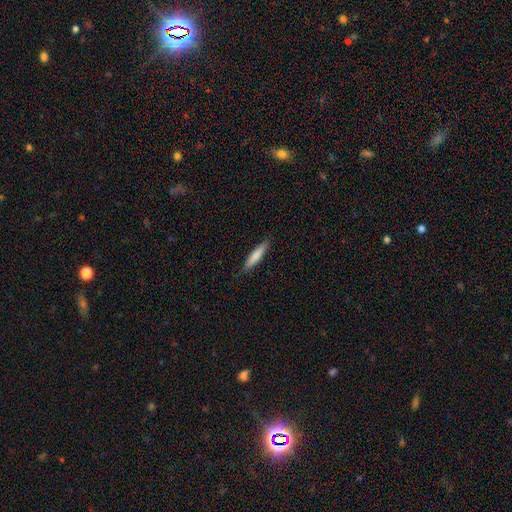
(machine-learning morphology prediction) Q: Smooth or featured?
A: smooth (78%); runner-up: featured or disk (17%)
Q: How rounded?
A: cigar-shaped (87%); runner-up: in between (12%)
Q: Merging?
A: none (87%); runner-up: minor disturbance (10%)